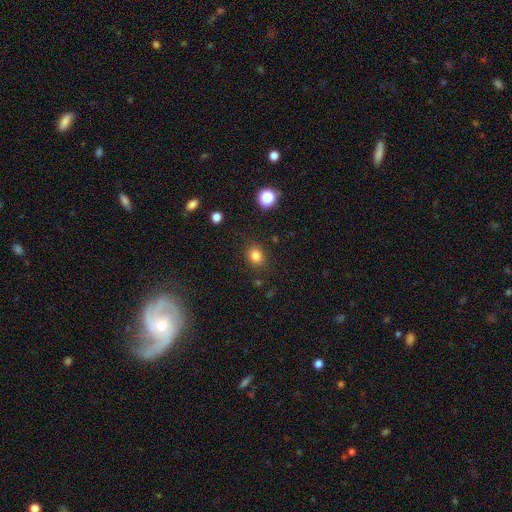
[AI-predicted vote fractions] Q: Smooth or featured?
A: smooth (82%); runner-up: star or artifact (13%)
Q: How rounded?
A: round (67%); runner-up: in between (32%)
Q: Merging?
A: none (86%); runner-up: minor disturbance (9%)